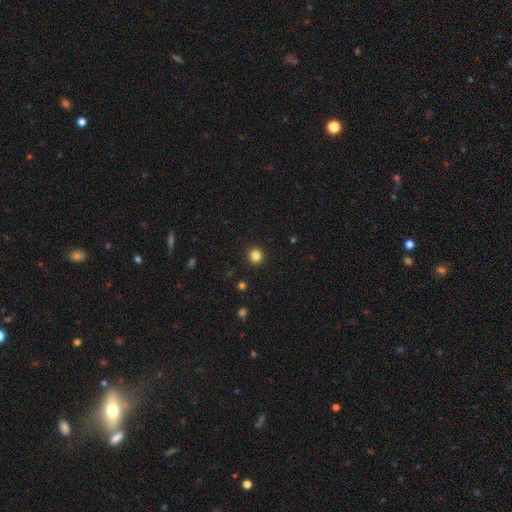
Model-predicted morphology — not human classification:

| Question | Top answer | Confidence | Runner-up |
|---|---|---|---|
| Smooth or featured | smooth | 84% | star or artifact (12%) |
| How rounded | round | 93% | in between (6%) |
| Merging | none | 93% | minor disturbance (4%) |